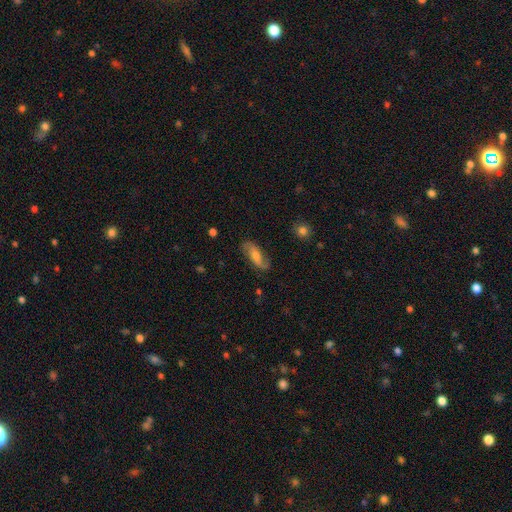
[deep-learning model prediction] smooth_or_featured: featured or disk (p=0.59) [alt: smooth p=0.34]
disk_edge_on: no (p=0.85) [alt: yes p=0.15]
merging: none (p=0.79) [alt: minor disturbance p=0.15]